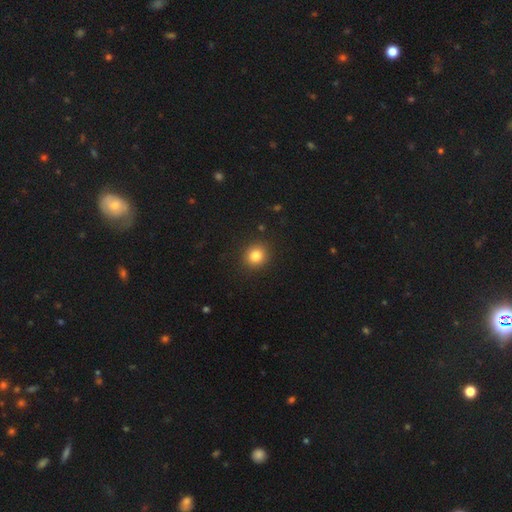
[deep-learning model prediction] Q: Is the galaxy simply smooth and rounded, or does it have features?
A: smooth — 83%.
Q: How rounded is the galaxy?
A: round — 86%.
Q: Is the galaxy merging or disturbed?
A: none — 91%.